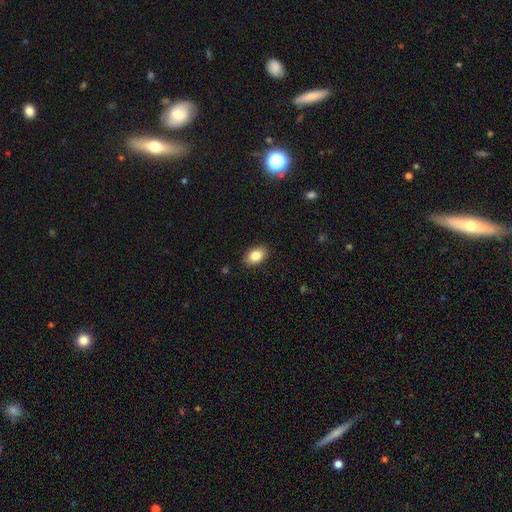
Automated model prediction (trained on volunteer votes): Smooth or featured?
  - smooth: 84% *
  - star or artifact: 8%
  - featured or disk: 8%
How rounded?
  - in between: 87% *
  - round: 11%
  - cigar-shaped: 1%
Merging?
  - none: 88% *
  - minor disturbance: 9%
  - major disturbance: 2%
  - merger: 1%